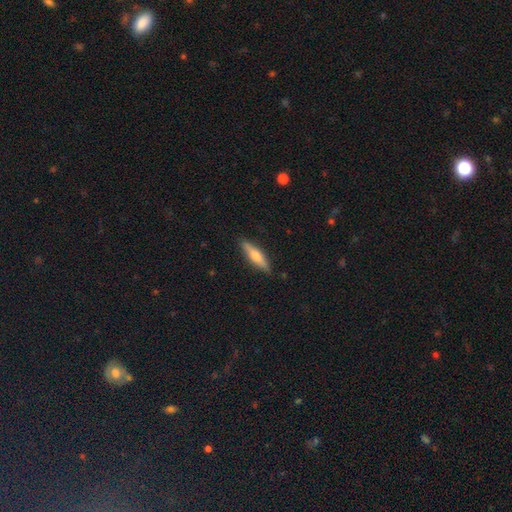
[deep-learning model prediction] A smooth galaxy with no disk features (52%) that is cigar-shaped (71%).

Vote fractions:
- Smooth or featured? smooth: 52% / featured or disk: 42% / star or artifact: 6%
- How rounded? cigar-shaped: 71% / in between: 27% / round: 2%
- Merging? none: 87% / minor disturbance: 10% / major disturbance: 2% / merger: 1%